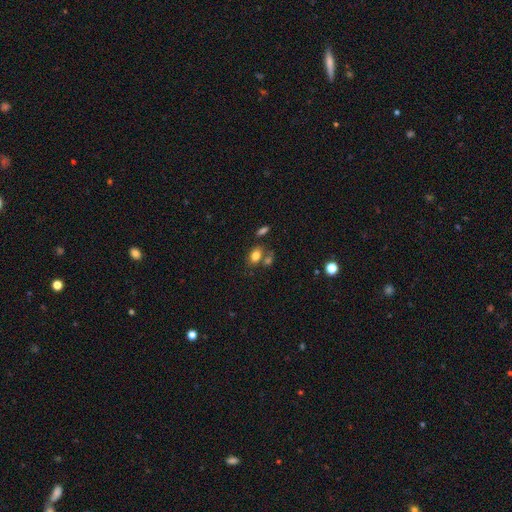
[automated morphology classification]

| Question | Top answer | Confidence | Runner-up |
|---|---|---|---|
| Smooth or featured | smooth | 79% | star or artifact (11%) |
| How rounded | in between | 77% | round (22%) |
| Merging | none | 56% | merger (24%) |